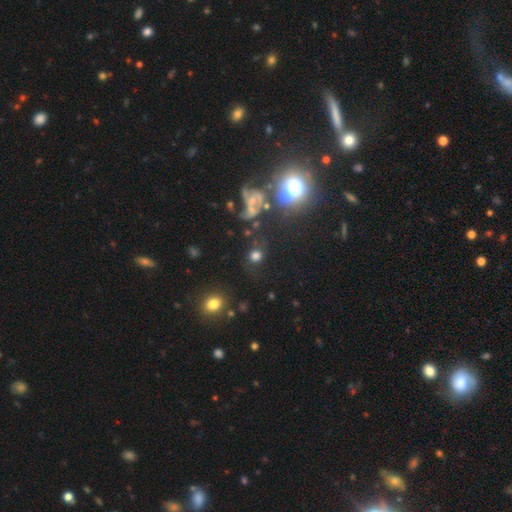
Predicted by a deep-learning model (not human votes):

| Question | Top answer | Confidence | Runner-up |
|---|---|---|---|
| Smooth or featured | smooth | 64% | star or artifact (22%) |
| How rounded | round | 82% | in between (16%) |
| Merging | none | 61% | major disturbance (14%) |